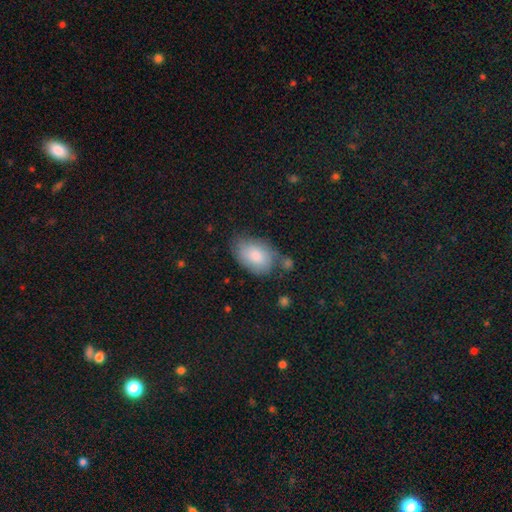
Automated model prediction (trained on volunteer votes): Smooth or featured?
  - smooth: 81% *
  - featured or disk: 13%
  - star or artifact: 6%
How rounded?
  - in between: 86% *
  - round: 12%
  - cigar-shaped: 1%
Merging?
  - none: 57% *
  - minor disturbance: 27%
  - major disturbance: 8%
  - merger: 8%